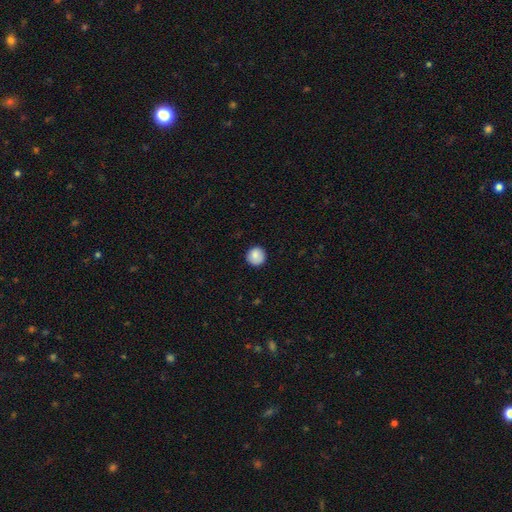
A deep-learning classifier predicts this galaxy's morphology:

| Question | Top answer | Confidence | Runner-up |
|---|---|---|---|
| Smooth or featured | smooth | 86% | star or artifact (8%) |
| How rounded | round | 94% | in between (5%) |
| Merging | none | 89% | minor disturbance (8%) |